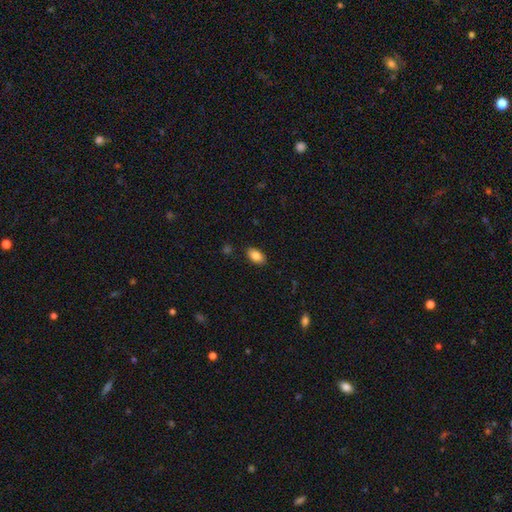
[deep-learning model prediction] A smooth galaxy with no disk features (85%) that is in between round and cigar-shaped (92%).

Vote fractions:
- Smooth or featured? smooth: 85% / star or artifact: 8% / featured or disk: 7%
- How rounded? in between: 92% / round: 6% / cigar-shaped: 2%
- Merging? none: 87% / minor disturbance: 9% / major disturbance: 2% / merger: 1%